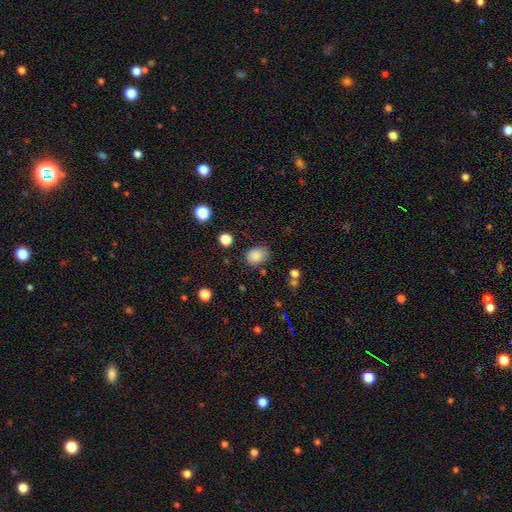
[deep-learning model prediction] Smooth or featured? smooth (86%)
How rounded? in between (66%)
Merging? none (76%)